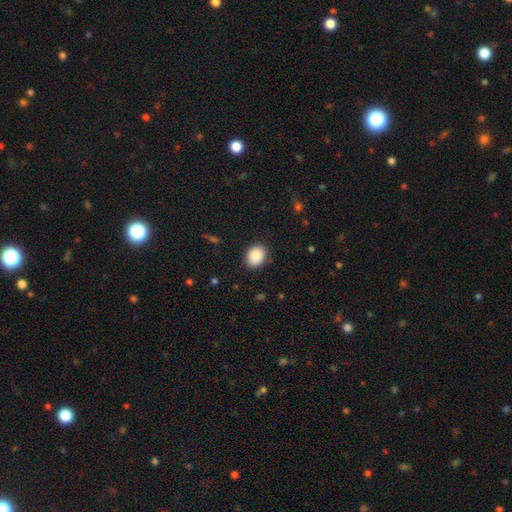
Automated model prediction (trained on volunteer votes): This appears to be a smooth galaxy with no disk features (89%) that is in between round and cigar-shaped (50%). Merging: none (87%).